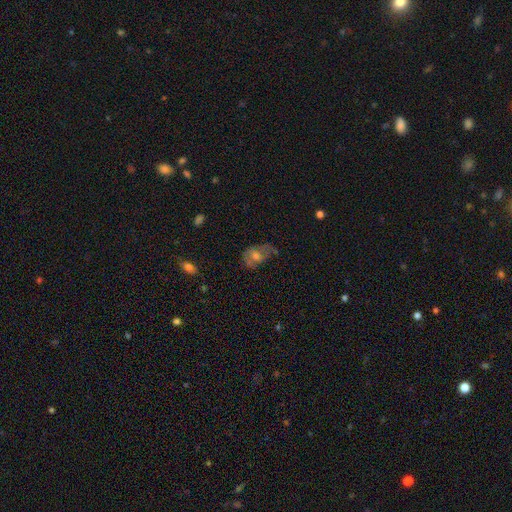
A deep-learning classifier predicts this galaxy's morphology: This is possibly a featured or disk galaxy (47%). Merging: possibly none (52%).